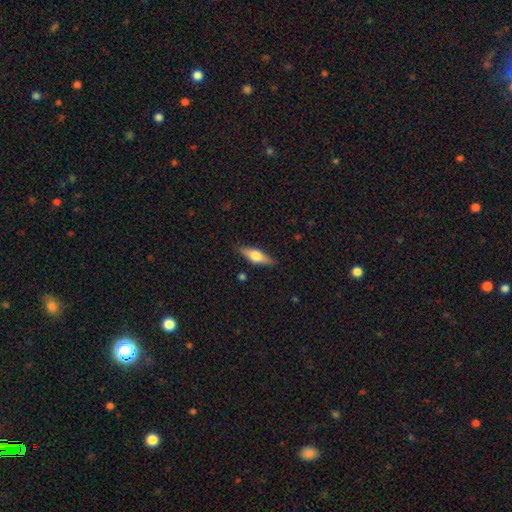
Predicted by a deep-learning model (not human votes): smooth-or-featured: smooth: 52% | featured or disk: 42% | star or artifact: 6%
  how-rounded: in between: 50% | cigar-shaped: 47% | round: 3%
  merging: none: 86% | minor disturbance: 11% | major disturbance: 2% | merger: 1%